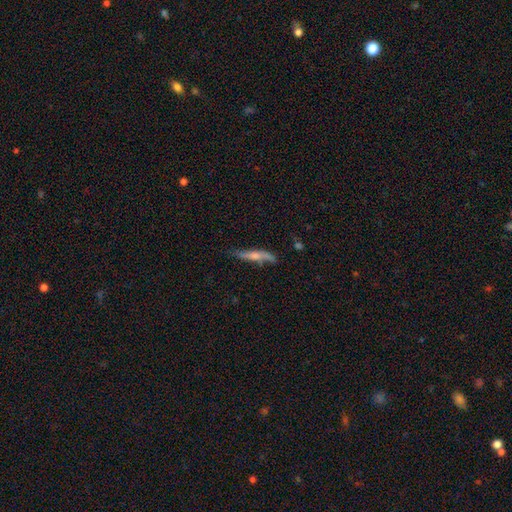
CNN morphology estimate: A featured or disk galaxy (53%) viewed edge-on (69%).

Vote fractions:
- Smooth or featured? featured or disk: 53% / smooth: 41% / star or artifact: 7%
- Edge-on disk? yes: 69% / no: 31%
- Merging? none: 60% / minor disturbance: 27% / major disturbance: 9% / merger: 4%